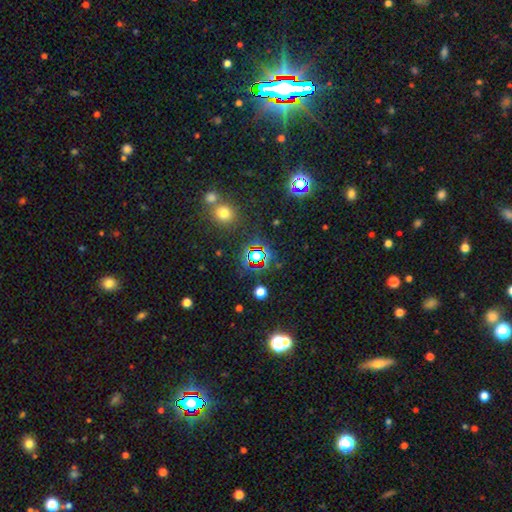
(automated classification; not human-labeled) Q: Smooth or featured?
A: star or artifact (68%); runner-up: smooth (22%)